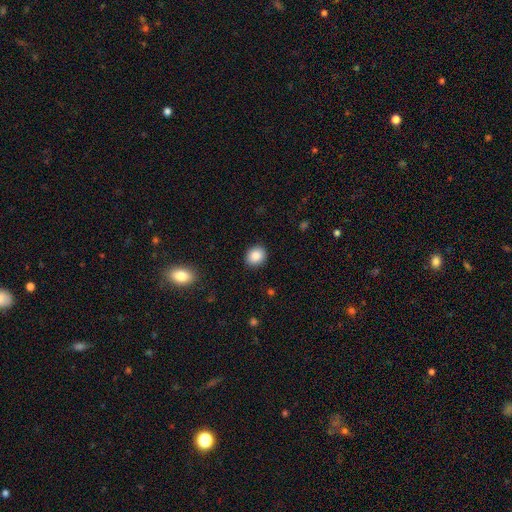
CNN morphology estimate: Smooth or featured: smooth — 87% (star or artifact — 9%)
How rounded: round — 66% (in between — 33%)
Merging: none — 90% (minor disturbance — 7%)